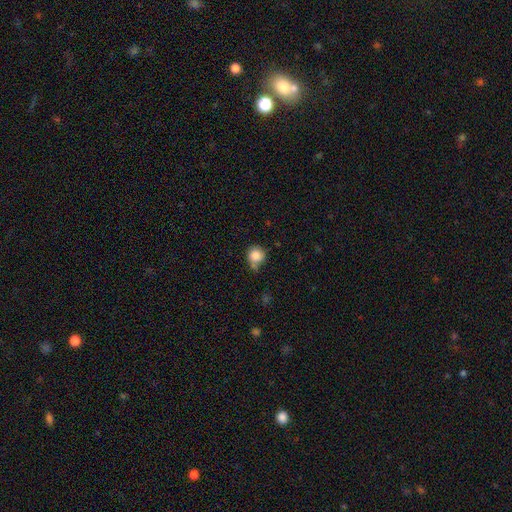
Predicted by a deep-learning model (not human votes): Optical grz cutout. It shows a smooth galaxy with no disk features (85%) that is round (89%). Merging: none (56%).